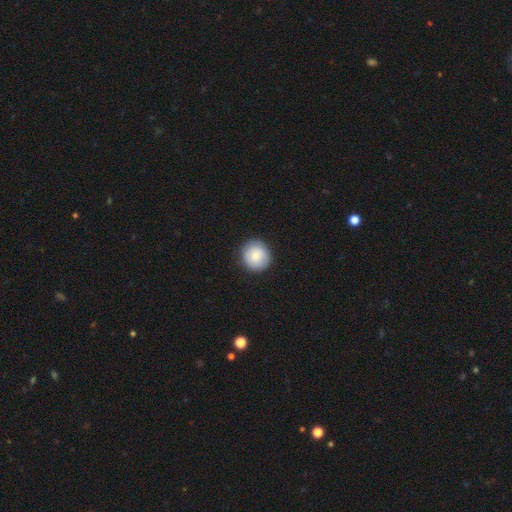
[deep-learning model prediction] The model was most divided on "smooth or featured": smooth: 78%, featured or disk: 15%, star or artifact: 7%. More confident: how rounded — round (92%); merging — none (89%).